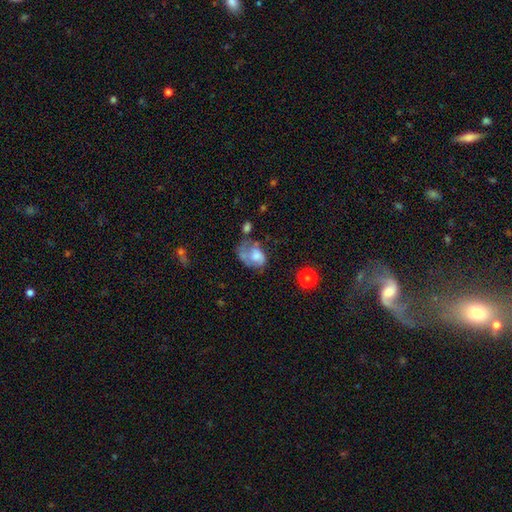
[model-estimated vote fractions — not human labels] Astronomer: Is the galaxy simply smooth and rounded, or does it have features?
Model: featured or disk — 55% (runner-up: smooth, 36%).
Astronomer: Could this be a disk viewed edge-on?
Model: no — 98%.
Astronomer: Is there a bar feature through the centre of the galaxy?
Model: no — 76%.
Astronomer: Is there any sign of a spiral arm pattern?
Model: yes — 69%.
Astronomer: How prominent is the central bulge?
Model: moderate — 31% (runner-up: none, 24%).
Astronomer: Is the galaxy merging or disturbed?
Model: major disturbance — 38% (runner-up: none, 28%).